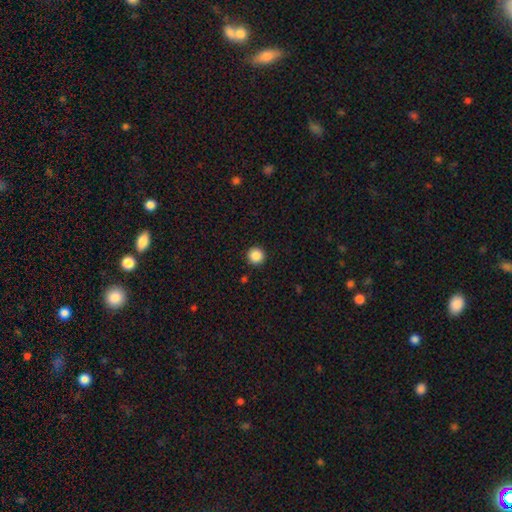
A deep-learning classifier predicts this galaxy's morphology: Smooth or featured? Predicted: smooth (p=0.87). How rounded? Predicted: round (p=0.96). Merging? Predicted: none (p=0.93).